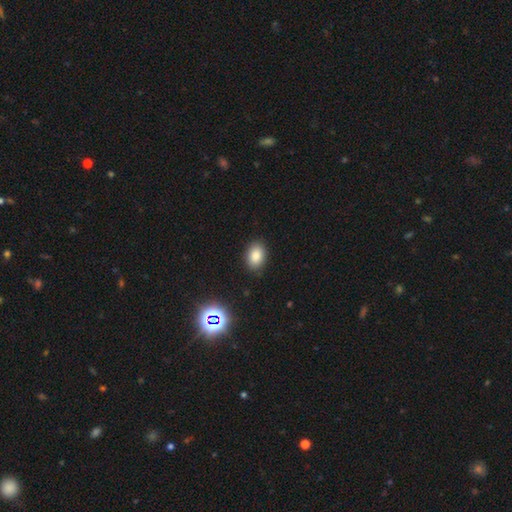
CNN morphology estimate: The model was most divided on "how rounded": in between: 79%, round: 20%, cigar-shaped: 1%. More confident: merging — none (88%); smooth or featured — smooth (84%).